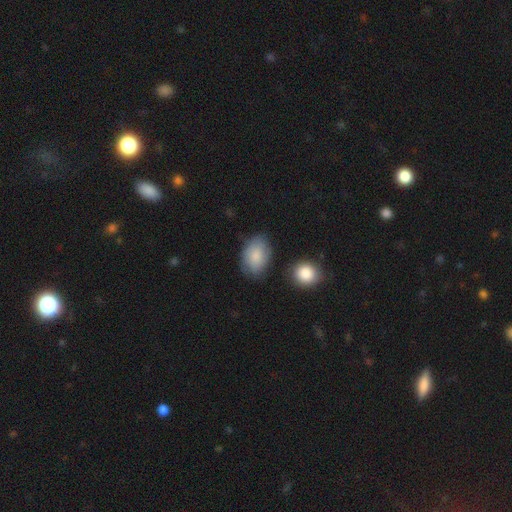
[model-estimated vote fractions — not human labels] The model was most divided on "merging": none: 72%, minor disturbance: 18%, major disturbance: 5%, merger: 5%. More confident: how rounded — in between (86%); smooth or featured — smooth (82%).